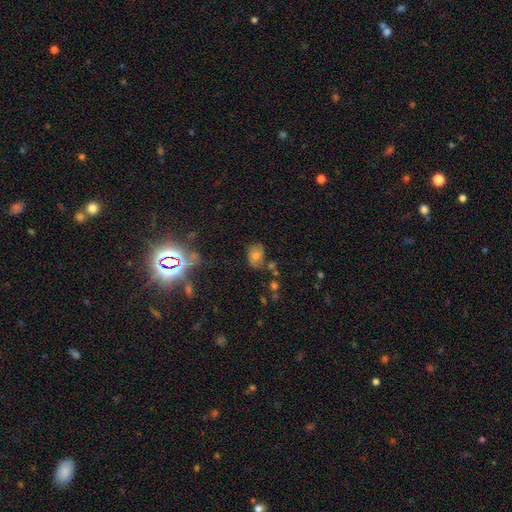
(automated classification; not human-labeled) Morphology: type=smooth (60%); roundness=in between (61%); merging=none (61%).